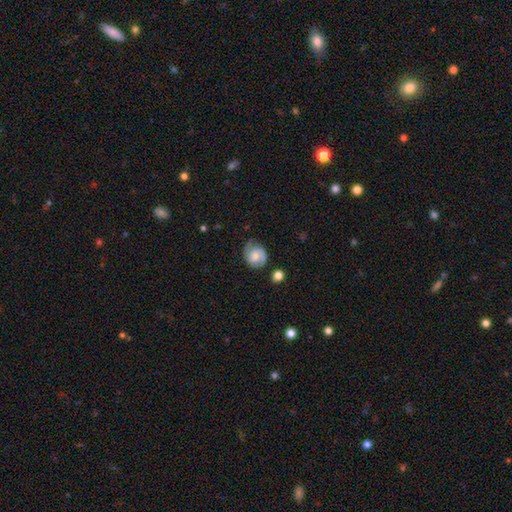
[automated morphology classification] Smooth or featured? featured or disk (58%)
Edge-on disk? no (97%)
Bar? no (56%)
Spiral arms? yes (90%)
Spiral winding? tight (43%)
Spiral arm count? 2 (80%)
Bulge size? moderate (45%)
Merging? none (67%)